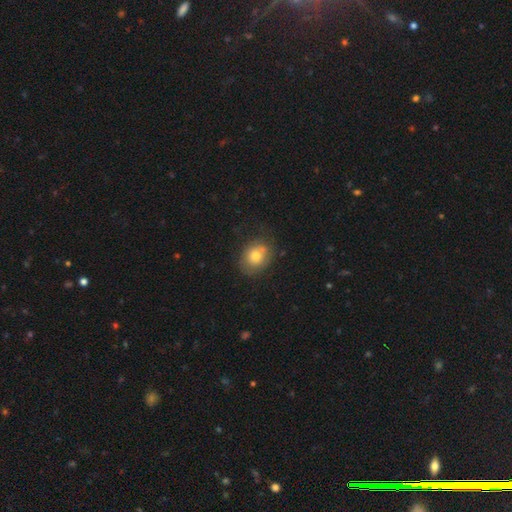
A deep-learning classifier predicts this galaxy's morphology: Smooth or featured? Predicted: smooth (p=0.74). How rounded? Predicted: round (p=0.56). Merging? Predicted: none (p=0.67).